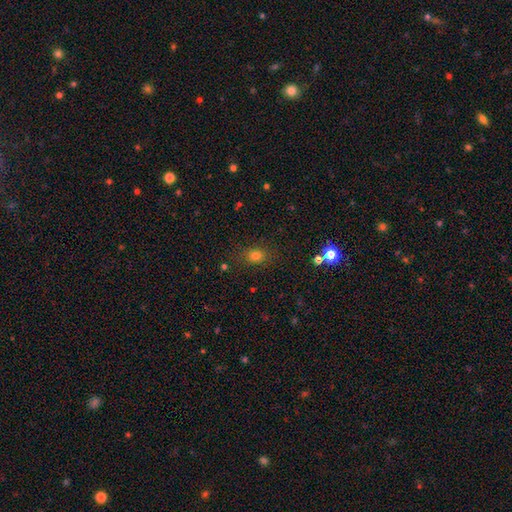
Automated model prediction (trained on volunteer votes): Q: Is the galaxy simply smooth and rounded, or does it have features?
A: smooth — 76%.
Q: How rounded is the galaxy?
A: round — 52%.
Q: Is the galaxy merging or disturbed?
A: none — 83%.